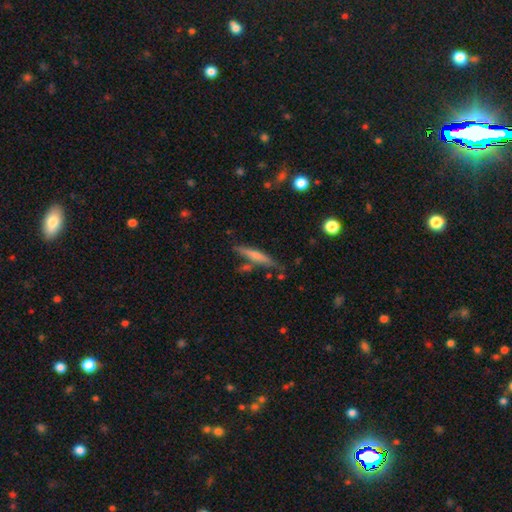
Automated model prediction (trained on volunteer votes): smooth-or-featured: smooth: 58% | featured or disk: 36% | star or artifact: 6%
  how-rounded: cigar-shaped: 91% | in between: 7% | round: 2%
  merging: none: 74% | minor disturbance: 14% | merger: 9% | major disturbance: 3%